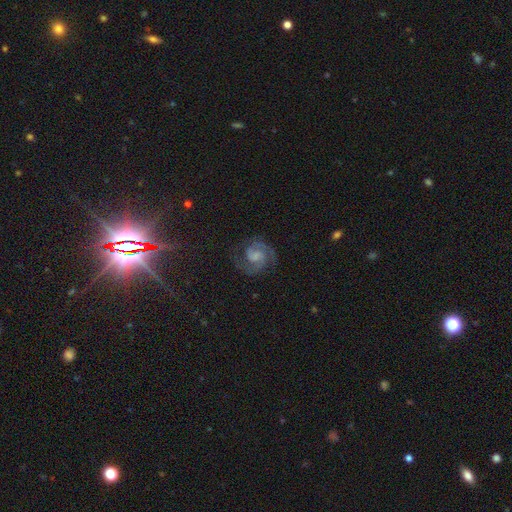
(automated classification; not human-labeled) Smooth or featured?
  - featured or disk: 86% *
  - smooth: 8%
  - star or artifact: 7%
Edge-on disk?
  - no: 98% *
  - yes: 2%
Bar?
  - weak: 46% *
  - no: 45%
  - strong: 9%
Spiral arms?
  - yes: 98% *
  - no: 2%
Spiral winding?
  - medium: 51% *
  - tight: 38%
  - loose: 11%
Spiral arm count?
  - 2: 89% *
  - can't tell: 4%
  - 3: 3%
  - 1: 2%
  - 4: 1%
  - more than 4: 1%
Bulge size?
  - none: 43% *
  - small: 31%
  - moderate: 19%
  - large: 6%
  - dominant: 1%
Merging?
  - none: 76% *
  - minor disturbance: 14%
  - major disturbance: 8%
  - merger: 1%